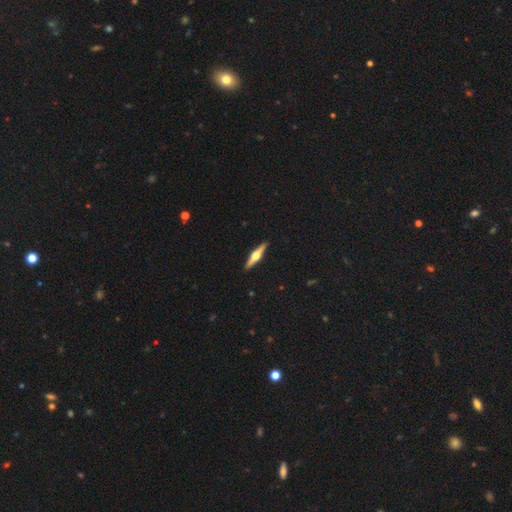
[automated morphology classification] Smooth or featured?
  - featured or disk: 74% *
  - smooth: 21%
  - star or artifact: 5%
Edge-on disk?
  - yes: 98% *
  - no: 2%
Edge-on bulge?
  - rounded: 96% *
  - boxy: 3%
  - none: 2%
Merging?
  - none: 92% *
  - minor disturbance: 5%
  - major disturbance: 1%
  - merger: 1%